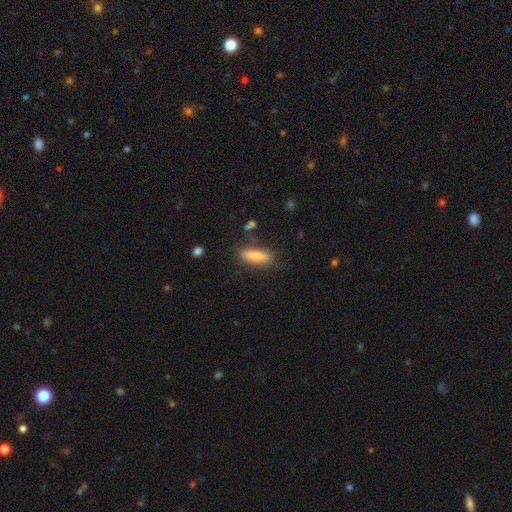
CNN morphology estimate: This is likely a smooth galaxy (77%). How rounded: possibly cigar-shaped (52%). Merging: likely none (80%).